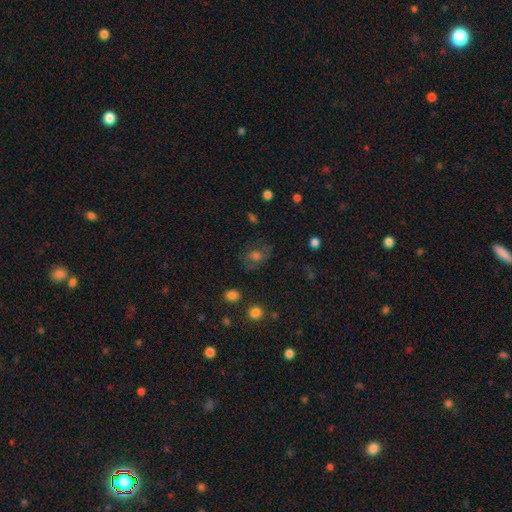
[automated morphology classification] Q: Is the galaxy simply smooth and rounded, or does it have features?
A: smooth — 42%.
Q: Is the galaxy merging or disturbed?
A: none — 68%.